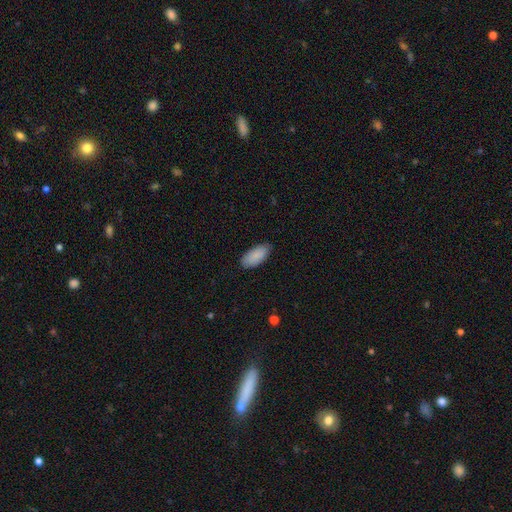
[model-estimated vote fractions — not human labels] This is clearly a smooth galaxy (89%). How rounded: clearly in between (91%). Merging: clearly none (84%).